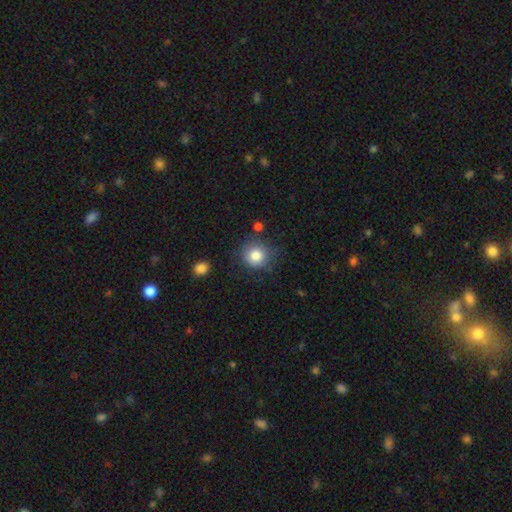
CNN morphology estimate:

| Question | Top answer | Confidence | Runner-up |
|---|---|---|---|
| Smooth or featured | smooth | 82% | star or artifact (9%) |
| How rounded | round | 91% | in between (8%) |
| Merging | none | 78% | minor disturbance (14%) |